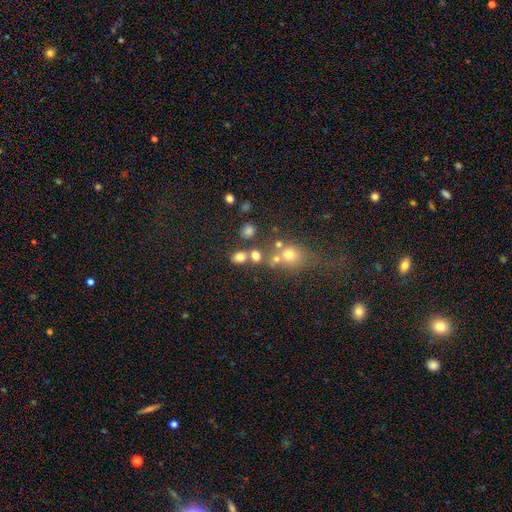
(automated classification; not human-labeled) Morphology: type=smooth (71%); roundness=round (60%); merging=none (57%).